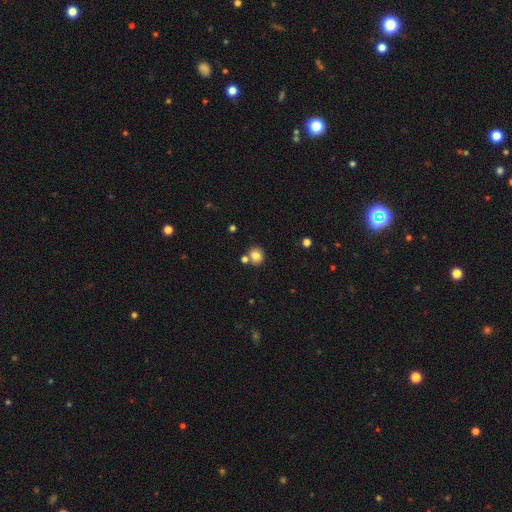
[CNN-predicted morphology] smooth-or-featured: smooth: 81% | star or artifact: 11% | featured or disk: 8%
  how-rounded: round: 79% | in between: 20% | cigar-shaped: 1%
  merging: none: 69% | merger: 18% | minor disturbance: 10% | major disturbance: 3%